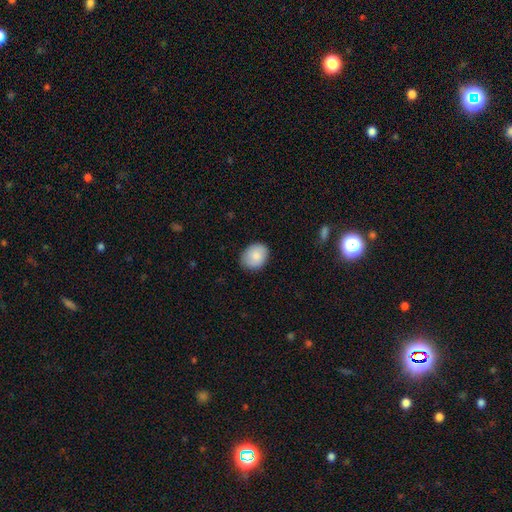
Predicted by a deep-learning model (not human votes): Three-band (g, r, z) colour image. It shows a smooth galaxy with no disk features (86%) that is in between round and cigar-shaped (54%). Merging: none (84%).